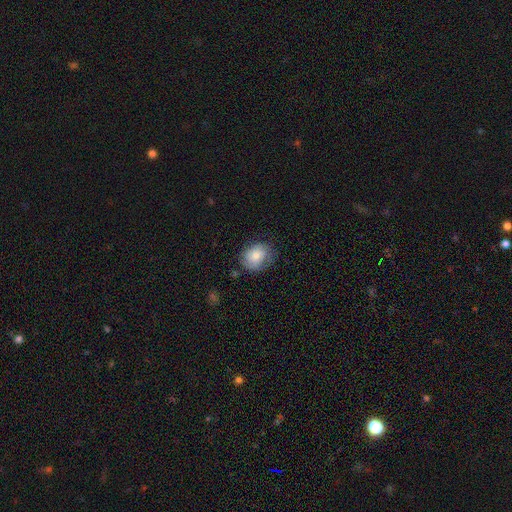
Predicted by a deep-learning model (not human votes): This is likely a smooth galaxy (76%). How rounded: possibly in between (51%). Merging: likely none (67%).